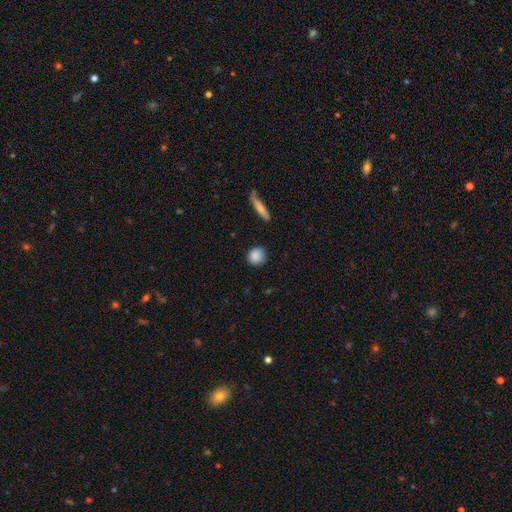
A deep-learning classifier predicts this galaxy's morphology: Smooth or featured? smooth (88%)
How rounded? round (82%)
Merging? none (86%)